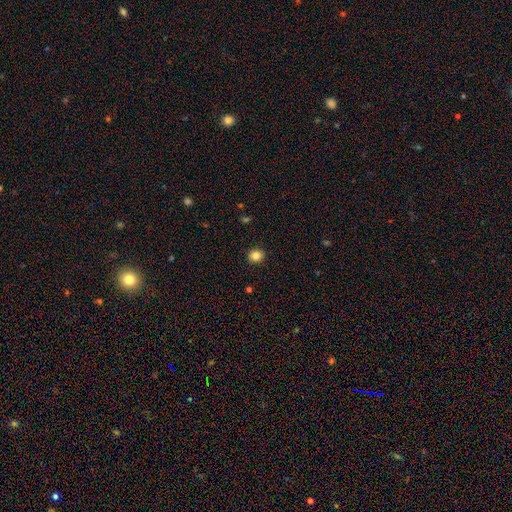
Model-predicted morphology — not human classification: type=smooth (85%); roundness=round (72%); merging=none (91%).